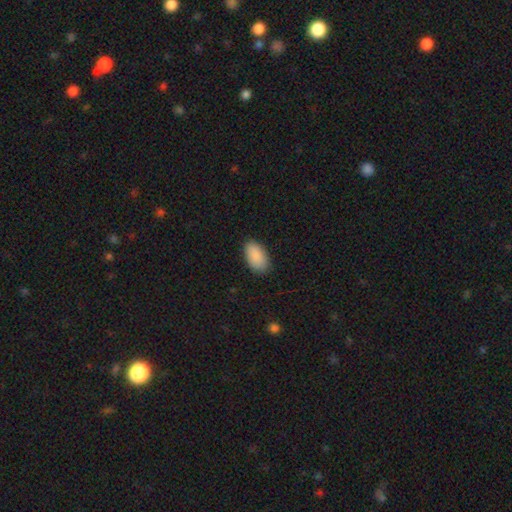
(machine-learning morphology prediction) Smooth or featured: smooth — 90% (star or artifact — 7%)
How rounded: in between — 95% (round — 3%)
Merging: none — 85% (minor disturbance — 12%)